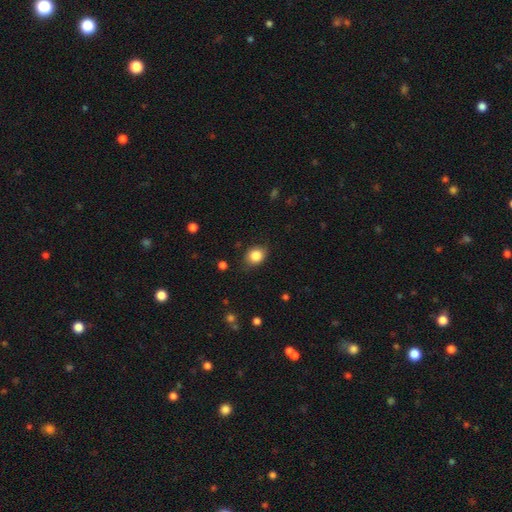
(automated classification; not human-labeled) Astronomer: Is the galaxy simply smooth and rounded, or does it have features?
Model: smooth — 84%.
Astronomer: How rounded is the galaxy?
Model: round — 55% (runner-up: in between, 44%).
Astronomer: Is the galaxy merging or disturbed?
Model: none — 78%.